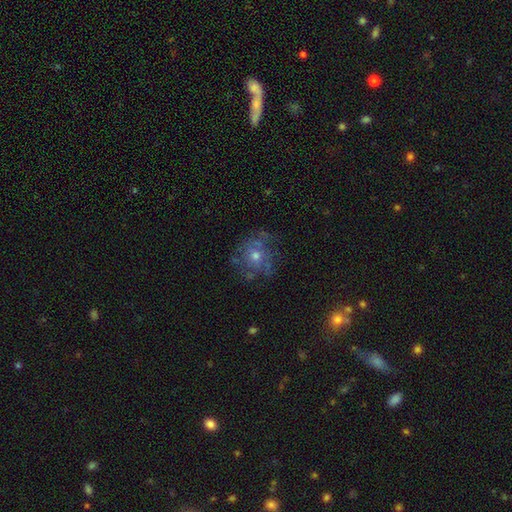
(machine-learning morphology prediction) A featured or disk galaxy (48%). Merging: none (64%).